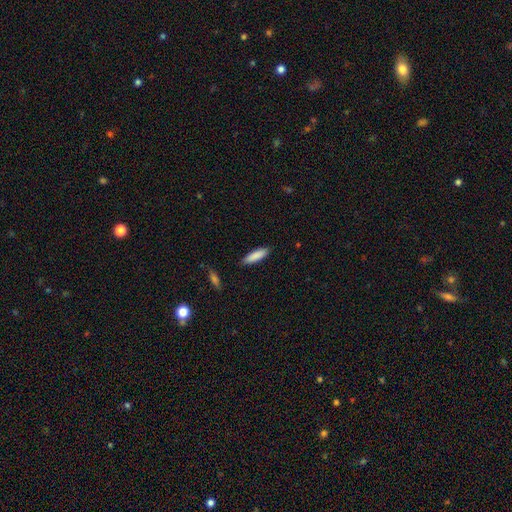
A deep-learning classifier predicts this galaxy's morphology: Smooth or featured?
  - smooth: 87% *
  - featured or disk: 7%
  - star or artifact: 6%
How rounded?
  - cigar-shaped: 63% *
  - in between: 36%
  - round: 1%
Merging?
  - none: 88% *
  - minor disturbance: 9%
  - major disturbance: 2%
  - merger: 1%